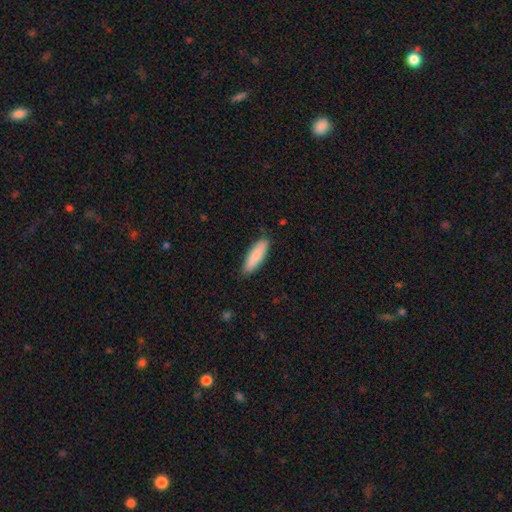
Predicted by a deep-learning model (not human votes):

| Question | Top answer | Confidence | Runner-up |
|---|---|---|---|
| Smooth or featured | smooth | 86% | featured or disk (8%) |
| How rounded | cigar-shaped | 59% | in between (40%) |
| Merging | none | 85% | minor disturbance (12%) |